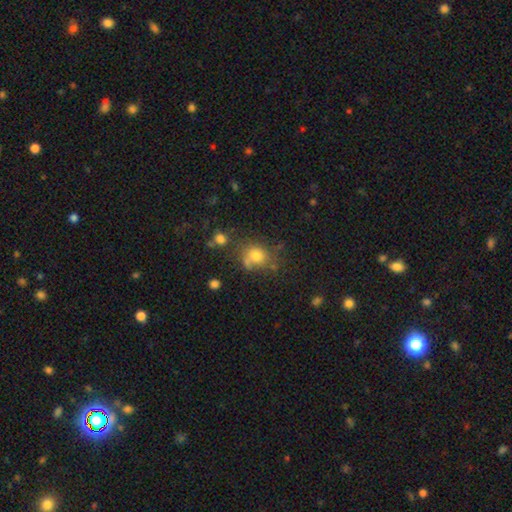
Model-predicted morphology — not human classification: type=smooth (74%); roundness=round (64%); merging=none (57%).